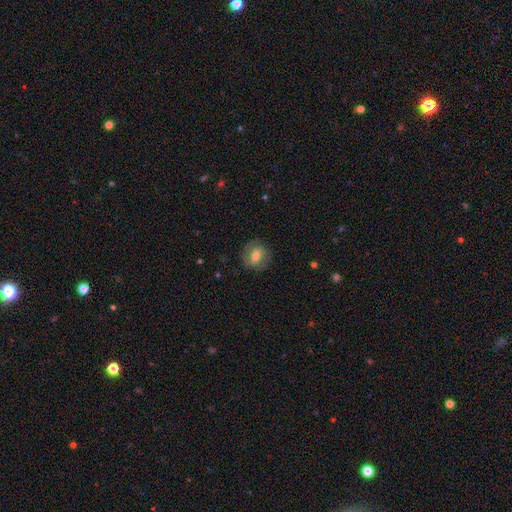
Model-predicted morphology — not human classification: smooth-or-featured: smooth: 52% | featured or disk: 40% | star or artifact: 8%
  how-rounded: round: 67% | in between: 32% | cigar-shaped: 1%
  merging: none: 79% | minor disturbance: 13% | major disturbance: 7% | merger: 1%